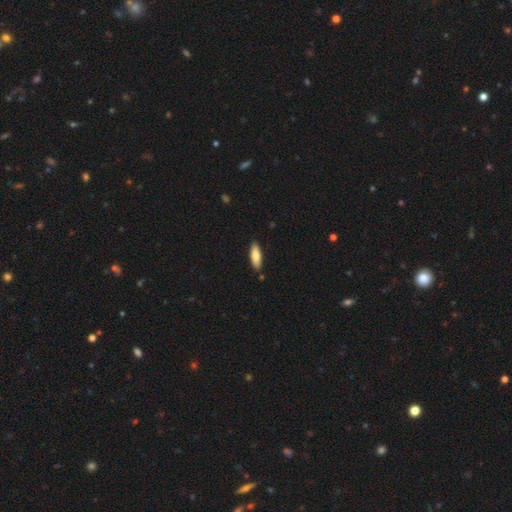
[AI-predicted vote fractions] A smooth galaxy with no disk features (76%) that is in between round and cigar-shaped (51%). Merging: none (87%).